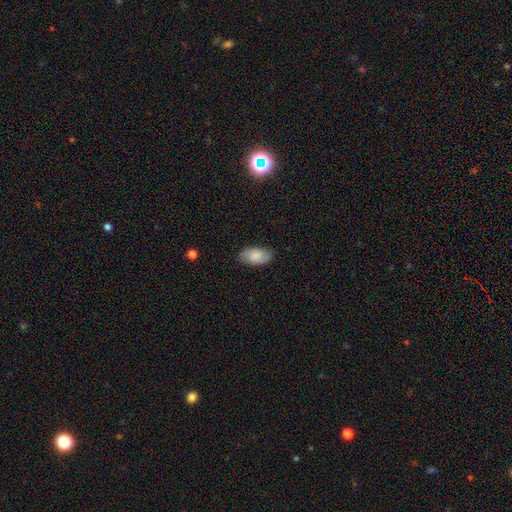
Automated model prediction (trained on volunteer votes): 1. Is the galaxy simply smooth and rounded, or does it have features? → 69% smooth, 23% featured or disk, 7% star or artifact.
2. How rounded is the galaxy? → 94% in between, 3% round, 2% cigar-shaped.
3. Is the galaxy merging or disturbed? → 83% none, 13% minor disturbance, 3% major disturbance, 1% merger.